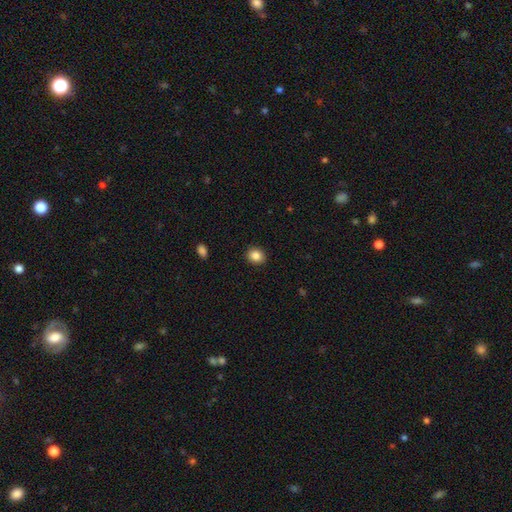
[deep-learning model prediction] A smooth galaxy with no disk features (86%) that is round (67%).

Vote fractions:
- Smooth or featured? smooth: 86% / star or artifact: 10% / featured or disk: 5%
- How rounded? round: 67% / in between: 32% / cigar-shaped: 1%
- Merging? none: 91% / minor disturbance: 6% / major disturbance: 2% / merger: 1%